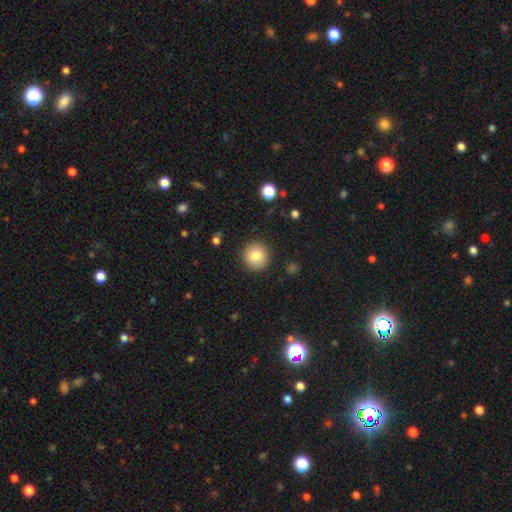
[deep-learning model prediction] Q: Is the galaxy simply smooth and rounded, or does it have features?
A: smooth — 84%.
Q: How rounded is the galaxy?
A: round — 93%.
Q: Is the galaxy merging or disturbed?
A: none — 90%.